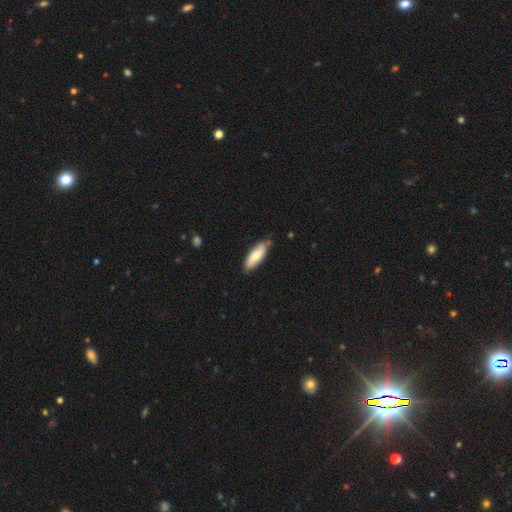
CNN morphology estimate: Smooth or featured?
  - smooth: 69% *
  - featured or disk: 26%
  - star or artifact: 5%
How rounded?
  - in between: 59% *
  - cigar-shaped: 39%
  - round: 2%
Merging?
  - none: 81% *
  - minor disturbance: 15%
  - major disturbance: 2%
  - merger: 2%